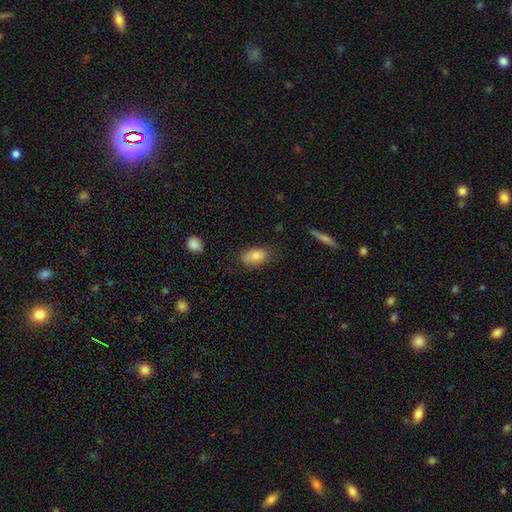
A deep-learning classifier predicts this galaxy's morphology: Smooth or featured: smooth — 77% (featured or disk — 14%)
How rounded: in between — 89% (round — 7%)
Merging: none — 73% (minor disturbance — 20%)